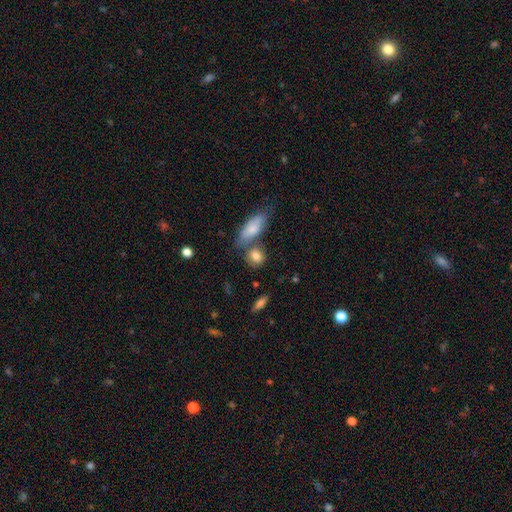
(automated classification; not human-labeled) This is clearly a smooth galaxy (82%). How rounded: possibly round (52%). Merging: likely none (60%).